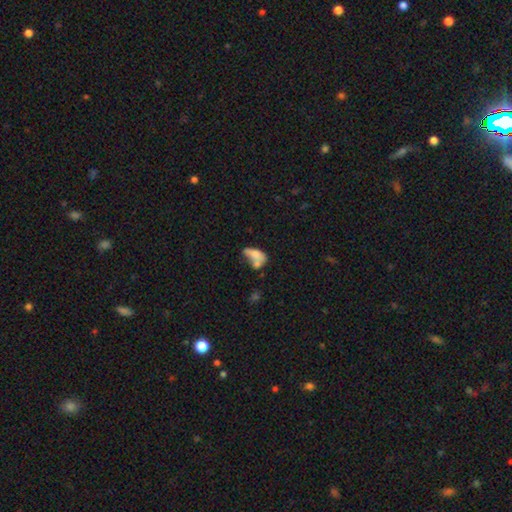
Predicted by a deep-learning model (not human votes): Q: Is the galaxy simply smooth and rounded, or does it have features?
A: smooth — 68%.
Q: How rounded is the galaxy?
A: in between — 86%.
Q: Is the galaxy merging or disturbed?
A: merger — 39%.